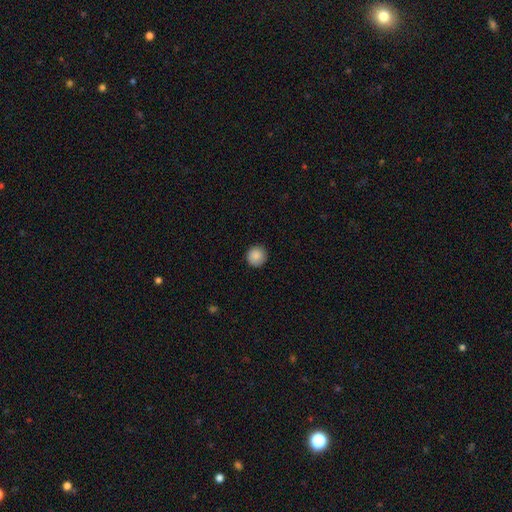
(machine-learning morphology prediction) Smooth or featured? Predicted: smooth (p=0.88). How rounded? Predicted: round (p=0.95). Merging? Predicted: none (p=0.91).